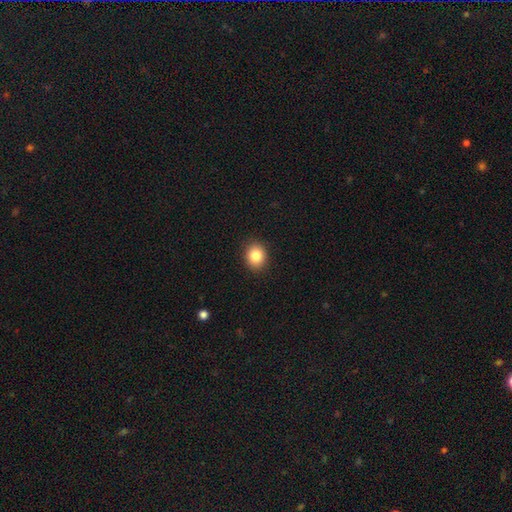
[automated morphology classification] Smooth or featured? smooth (85%)
How rounded? round (61%)
Merging? none (90%)